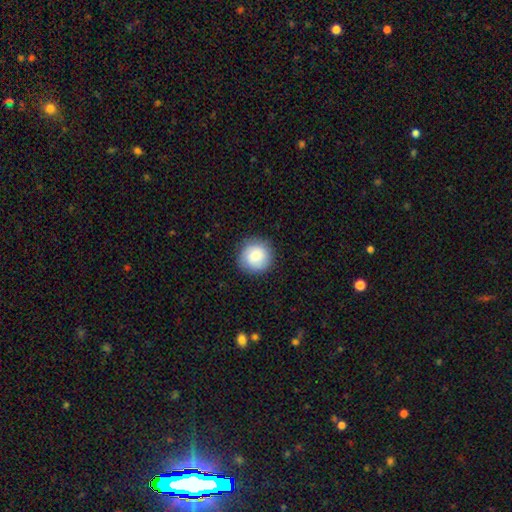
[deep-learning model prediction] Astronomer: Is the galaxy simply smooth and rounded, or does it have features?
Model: smooth — 80%.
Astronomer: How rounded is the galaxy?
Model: round — 94%.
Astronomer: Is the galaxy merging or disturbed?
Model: none — 87%.